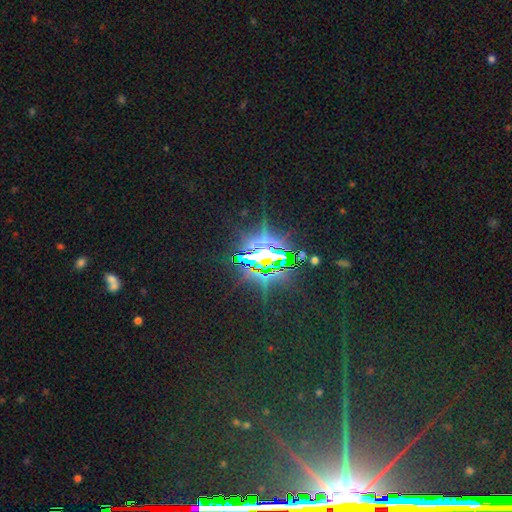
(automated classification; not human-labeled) A star or artifact, not a galaxy (81%).

Vote fractions:
- Smooth or featured? star or artifact: 81% / featured or disk: 11% / smooth: 9%